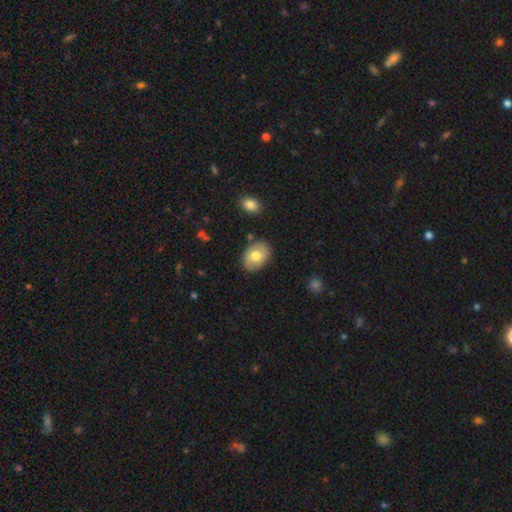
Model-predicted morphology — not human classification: smooth 67%, featured or disk 26%, star or artifact 7%. Down the decision tree: how rounded — in between (76%); merging — none (82%).